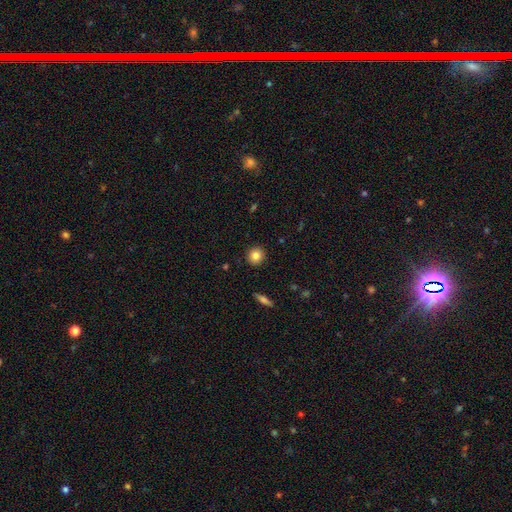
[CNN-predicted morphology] Overall: smooth (82%). How rounded: round (92%). Merging: none (92%).